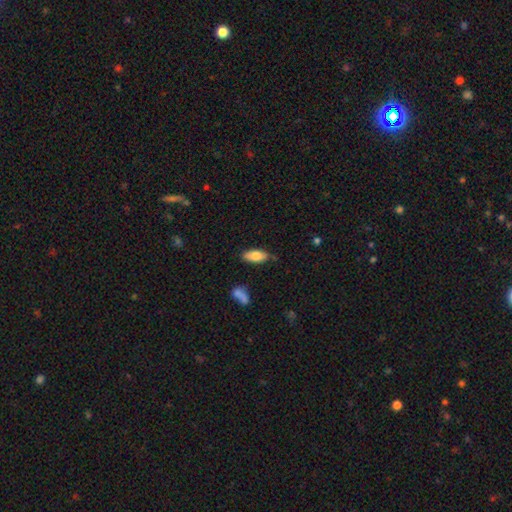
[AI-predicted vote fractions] Morphology: type=smooth (78%); roundness=in between (84%); merging=none (78%).